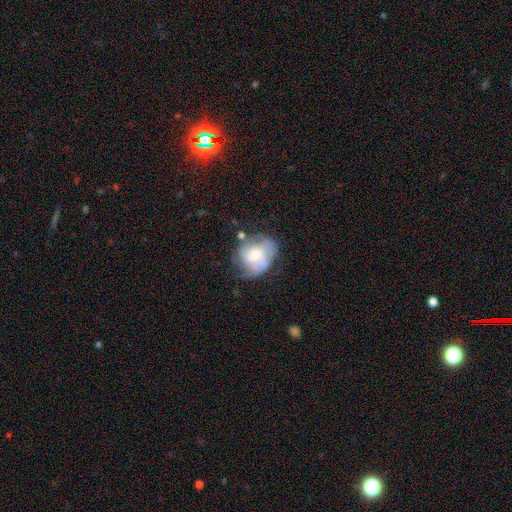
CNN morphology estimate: Smooth or featured?
  - featured or disk: 55% *
  - smooth: 37%
  - star or artifact: 8%
Edge-on disk?
  - no: 97% *
  - yes: 3%
Bar?
  - no: 72% *
  - weak: 24%
  - strong: 4%
Spiral arms?
  - yes: 67% *
  - no: 33%
Bulge size?
  - moderate: 42% *
  - small: 28%
  - large: 17%
  - none: 11%
  - dominant: 3%
Merging?
  - none: 40% *
  - minor disturbance: 28%
  - major disturbance: 25%
  - merger: 7%